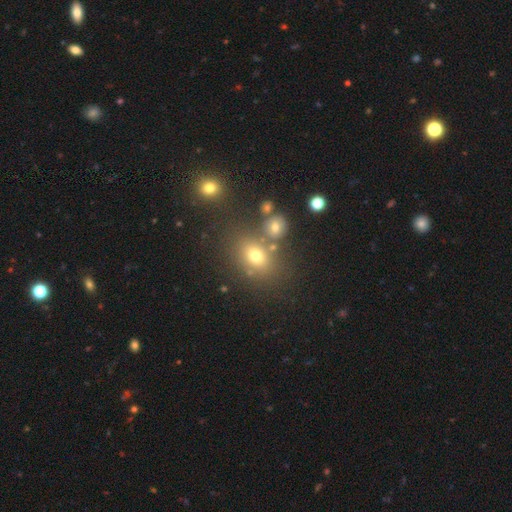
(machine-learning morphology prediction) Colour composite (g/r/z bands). It shows a smooth galaxy with no disk features (67%) that is in between round and cigar-shaped (56%). Merging: none (68%).